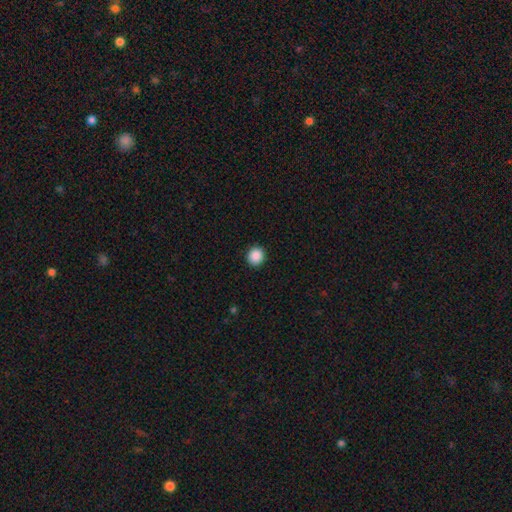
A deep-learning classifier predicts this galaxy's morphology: Smooth or featured: smooth — 89% (star or artifact — 9%)
How rounded: round — 90% (in between — 9%)
Merging: none — 92% (minor disturbance — 5%)